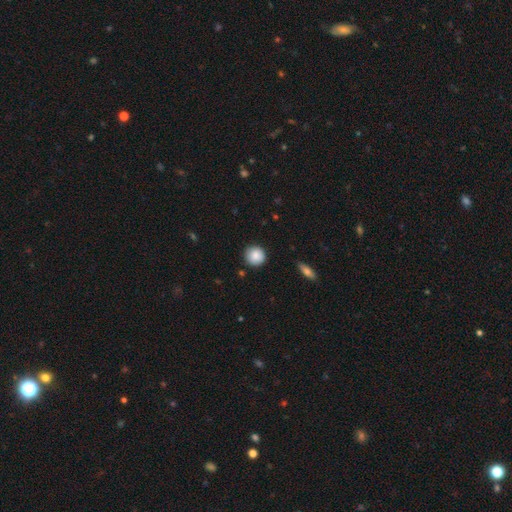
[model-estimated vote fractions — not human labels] Overall: smooth (87%). How rounded: round (94%). Merging: none (89%).